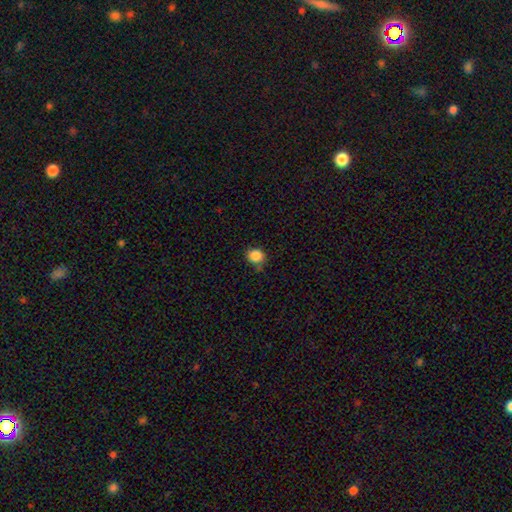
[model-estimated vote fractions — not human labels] Smooth or featured: smooth — 86% (star or artifact — 10%)
How rounded: round — 80% (in between — 19%)
Merging: none — 73% (minor disturbance — 19%)